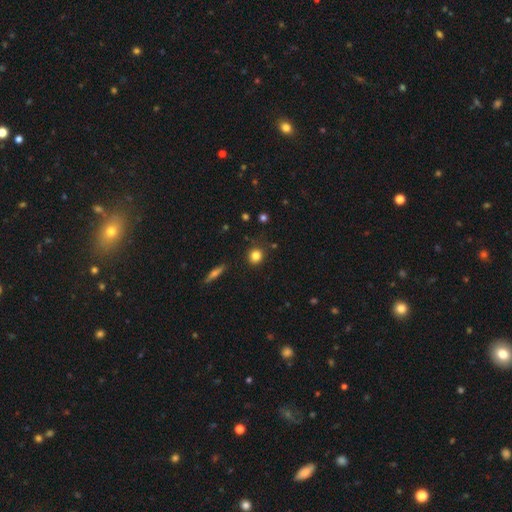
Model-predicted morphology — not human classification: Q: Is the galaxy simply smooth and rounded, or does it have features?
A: smooth — 81%.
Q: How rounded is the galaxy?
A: round — 85%.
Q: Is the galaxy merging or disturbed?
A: none — 86%.